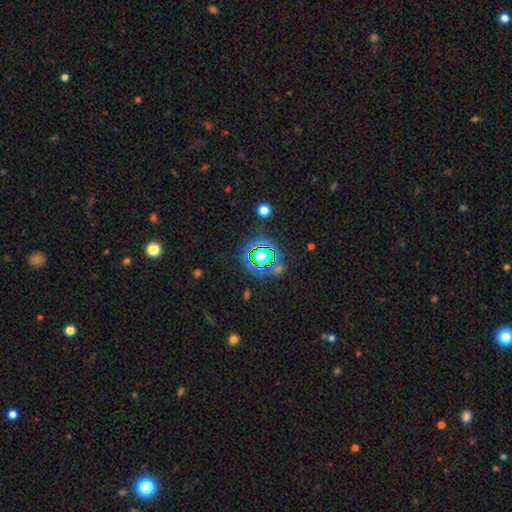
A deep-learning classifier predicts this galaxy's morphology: type=star or artifact (72%).